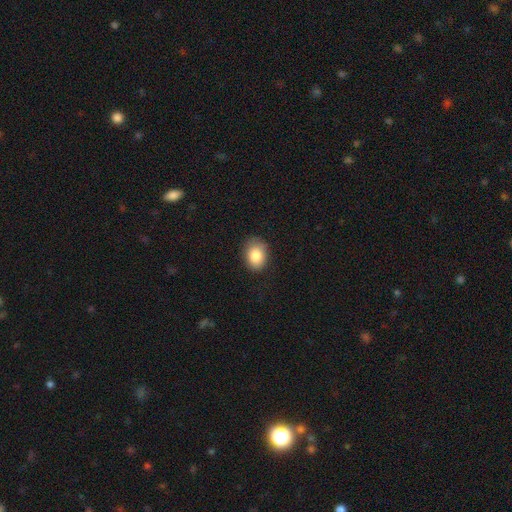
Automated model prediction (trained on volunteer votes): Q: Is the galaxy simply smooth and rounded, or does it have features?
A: smooth — 85%.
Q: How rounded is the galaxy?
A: in between — 68%.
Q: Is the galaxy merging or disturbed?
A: none — 77%.